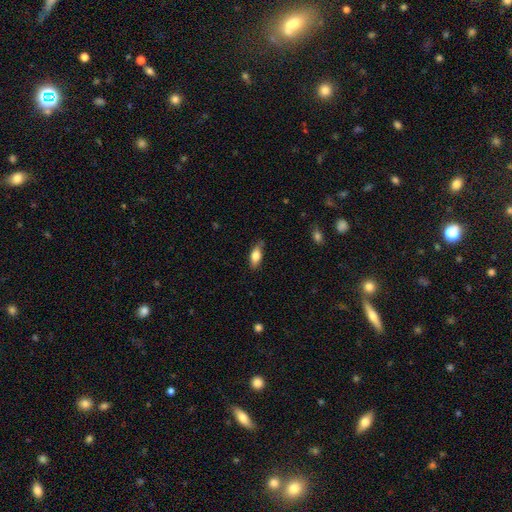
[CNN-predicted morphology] Smooth or featured: smooth — 77% (featured or disk — 17%)
How rounded: in between — 81% (cigar-shaped — 16%)
Merging: none — 72% (minor disturbance — 22%)